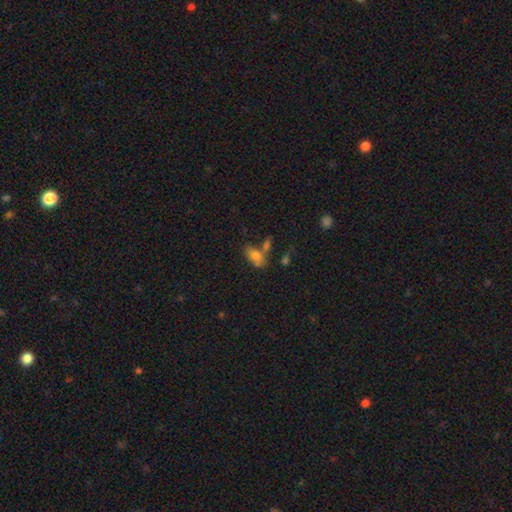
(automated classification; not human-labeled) smooth_or_featured: smooth (p=0.73) [alt: featured or disk p=0.17]
how_rounded: in between (p=0.86) [alt: round p=0.10]
merging: none (p=0.42) [alt: merger p=0.32]